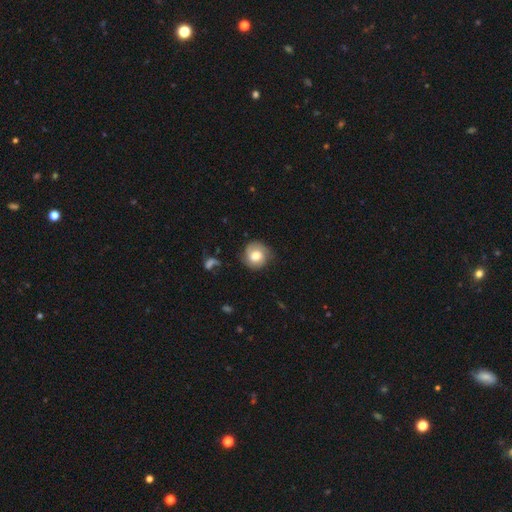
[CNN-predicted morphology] smooth-or-featured: smooth: 57% | featured or disk: 35% | star or artifact: 8%
  how-rounded: round: 87% | in between: 12% | cigar-shaped: 1%
  merging: none: 72% | minor disturbance: 19% | major disturbance: 7% | merger: 2%